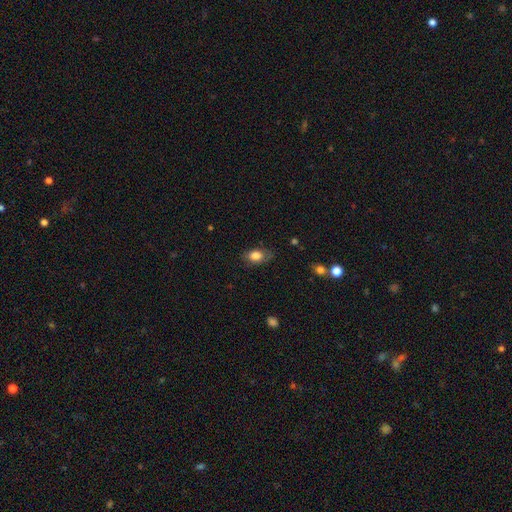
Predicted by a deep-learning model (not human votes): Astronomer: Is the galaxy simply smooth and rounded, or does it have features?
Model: smooth — 79%.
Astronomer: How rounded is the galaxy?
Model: in between — 85%.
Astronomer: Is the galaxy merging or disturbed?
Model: none — 71%.